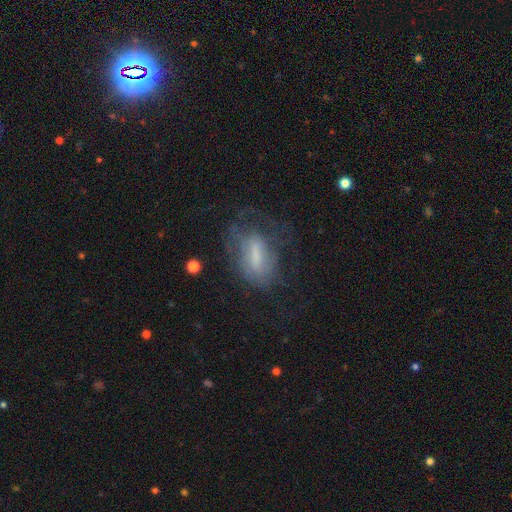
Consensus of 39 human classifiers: Overall: smooth (46%; featured or disk 44%). How rounded: in between (56%; cigar-shaped 33%). Merging: major disturbance (54%; none 29%).